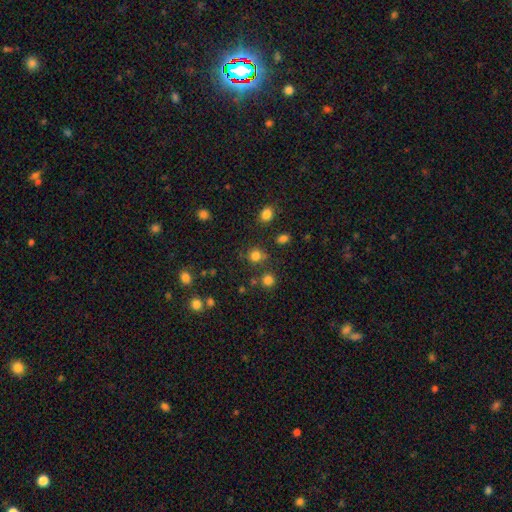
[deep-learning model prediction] Morphology: type=smooth (78%); roundness=round (88%); merging=none (76%).